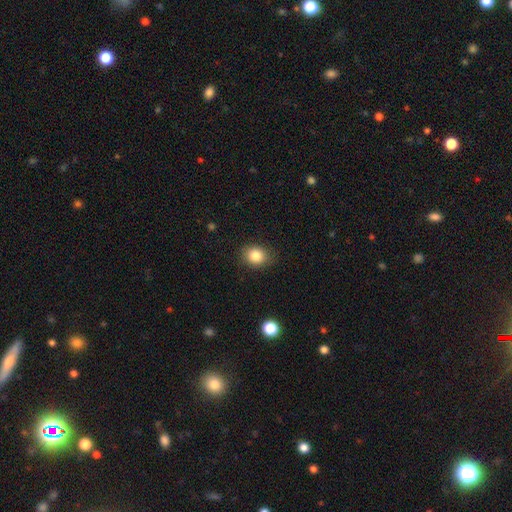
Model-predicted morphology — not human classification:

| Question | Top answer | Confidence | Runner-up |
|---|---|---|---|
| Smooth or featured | smooth | 84% | star or artifact (10%) |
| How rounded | round | 56% | in between (43%) |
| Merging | none | 85% | minor disturbance (11%) |